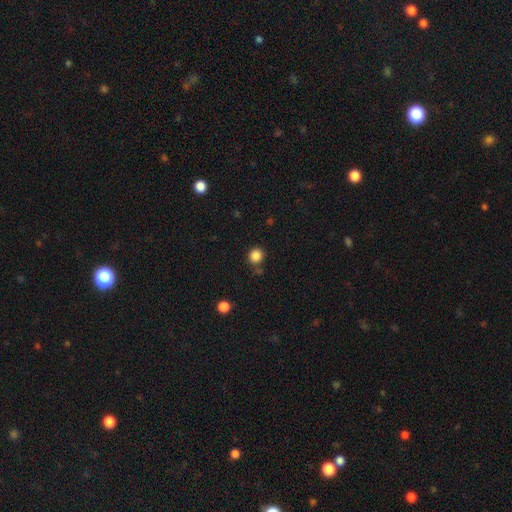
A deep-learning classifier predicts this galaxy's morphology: smooth-or-featured: smooth: 86% | star or artifact: 11% | featured or disk: 3%
  how-rounded: round: 90% | in between: 9% | cigar-shaped: 1%
  merging: none: 81% | minor disturbance: 10% | merger: 6% | major disturbance: 3%